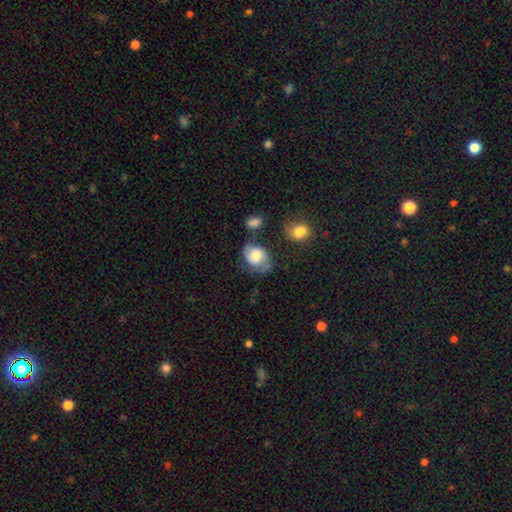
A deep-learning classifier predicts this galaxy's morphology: Smooth or featured?
  - smooth: 52% *
  - featured or disk: 40%
  - star or artifact: 8%
How rounded?
  - in between: 59% *
  - round: 40%
  - cigar-shaped: 1%
Merging?
  - none: 53% *
  - minor disturbance: 26%
  - major disturbance: 13%
  - merger: 8%